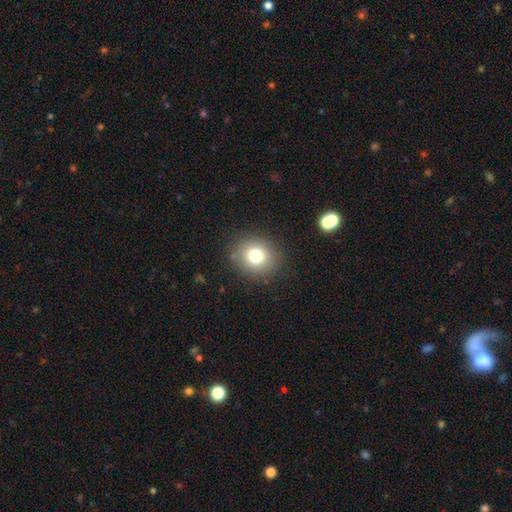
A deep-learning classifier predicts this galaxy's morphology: Overall: smooth (77%). How rounded: round (79%). Merging: none (87%).